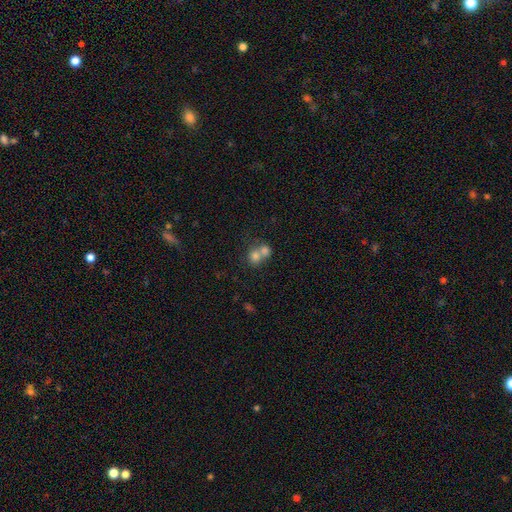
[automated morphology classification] type=smooth (74%); roundness=round (75%); merging=merger (65%).